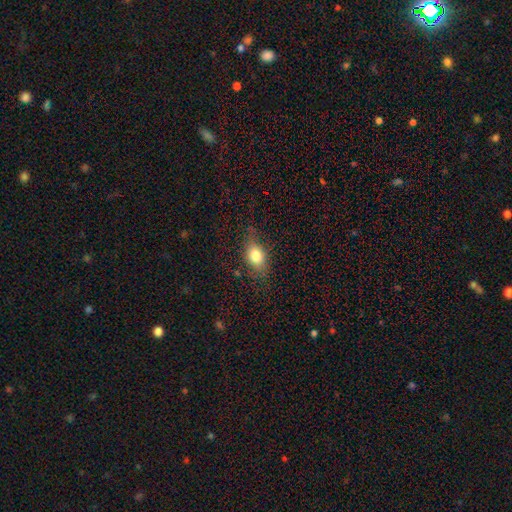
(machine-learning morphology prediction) Smooth or featured? Predicted: smooth (p=0.78). How rounded? Predicted: in between (p=0.80). Merging? Predicted: none (p=0.74).